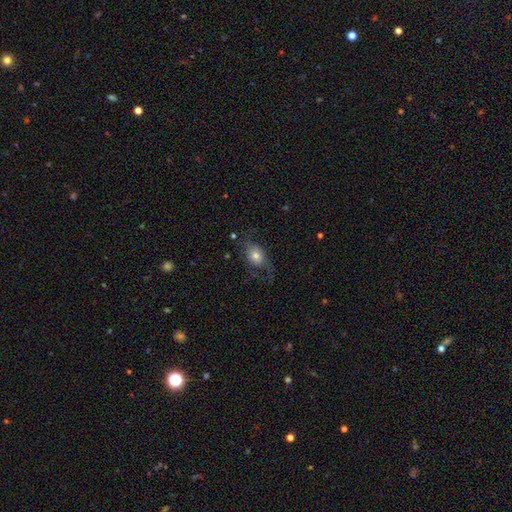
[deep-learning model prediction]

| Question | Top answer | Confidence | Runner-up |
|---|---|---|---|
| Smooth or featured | smooth | 56% | featured or disk (34%) |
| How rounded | in between | 66% | round (31%) |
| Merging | none | 44% | major disturbance (30%) |